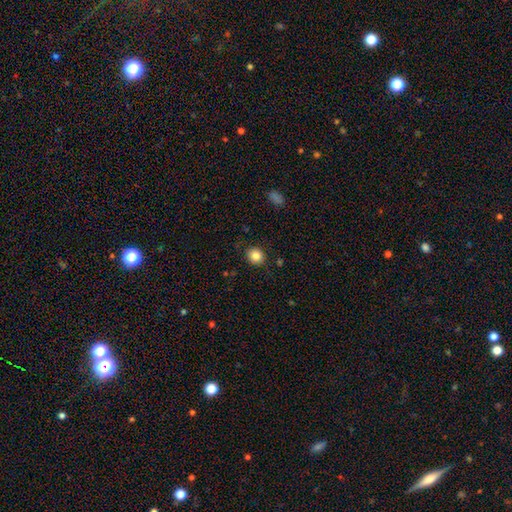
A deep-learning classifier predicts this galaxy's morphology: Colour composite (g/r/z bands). It shows a smooth galaxy with no disk features (84%) that is round (82%). Merging: none (88%).